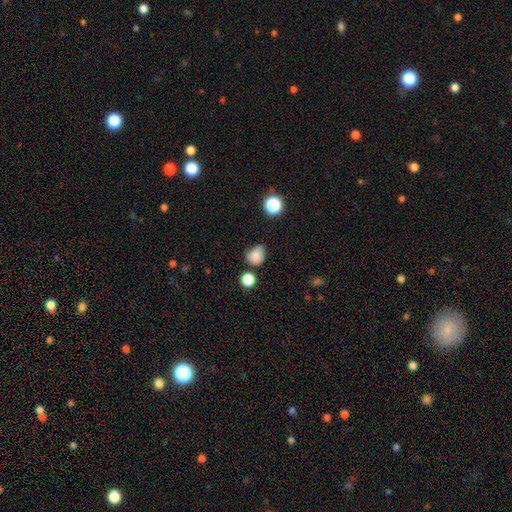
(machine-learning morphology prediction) type=smooth (81%); roundness=round (59%); merging=none (58%).